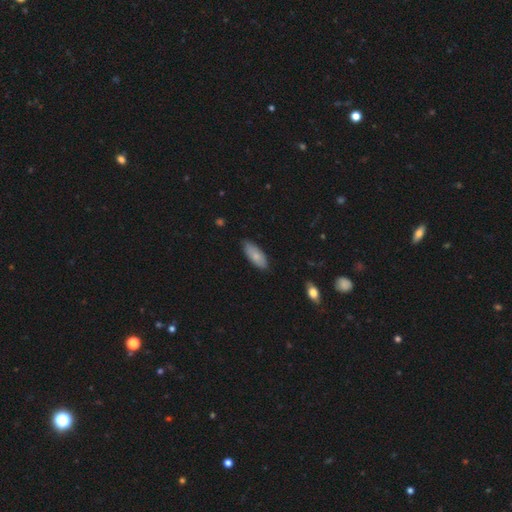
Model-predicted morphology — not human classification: This appears to be a smooth galaxy with no disk features (78%) that is in between round and cigar-shaped (82%). Merging: none (81%).